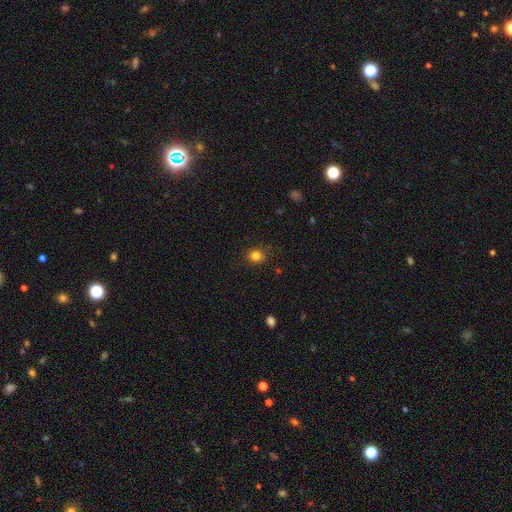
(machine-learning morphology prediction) Smooth or featured: smooth — 83% (star or artifact — 13%)
How rounded: round — 77% (in between — 22%)
Merging: none — 84% (minor disturbance — 11%)